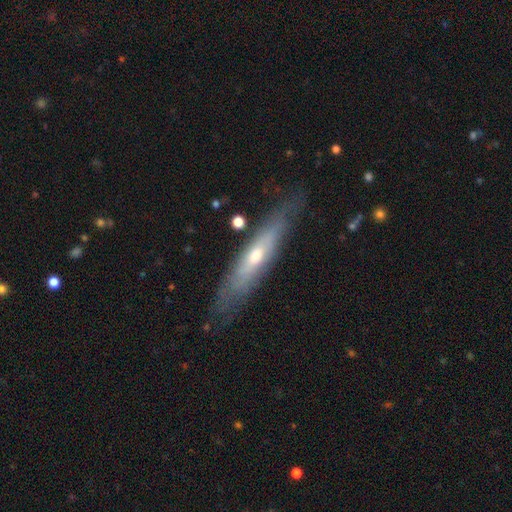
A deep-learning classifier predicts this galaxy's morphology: This appears to be a featured or disk galaxy (59%) viewed edge-on (61%). Merging: none (76%).